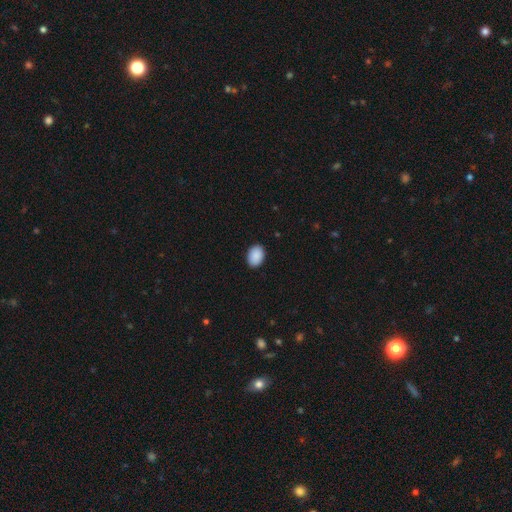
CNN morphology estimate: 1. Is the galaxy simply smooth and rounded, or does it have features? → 91% smooth, 7% star or artifact, 2% featured or disk.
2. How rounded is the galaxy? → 78% in between, 21% round, 1% cigar-shaped.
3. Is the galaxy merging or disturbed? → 90% none, 7% minor disturbance, 2% major disturbance, 1% merger.